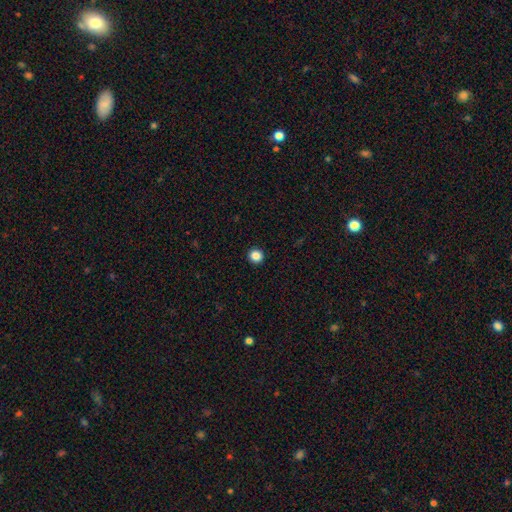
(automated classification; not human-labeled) Smooth or featured? Predicted: smooth (p=0.86). How rounded? Predicted: round (p=0.94). Merging? Predicted: none (p=0.94).